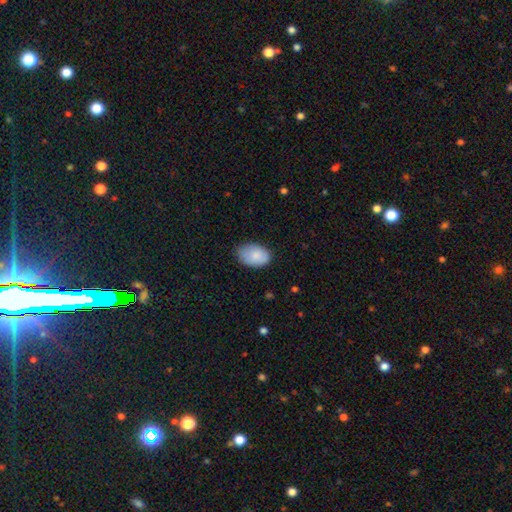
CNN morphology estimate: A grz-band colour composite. It shows a smooth galaxy with no disk features (84%) that is in between round and cigar-shaped (89%). Merging: none (70%).